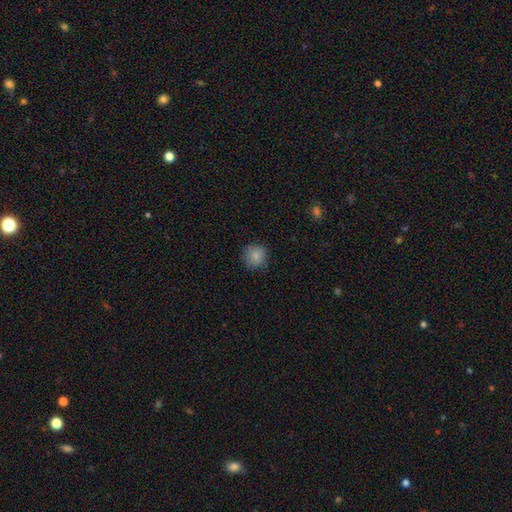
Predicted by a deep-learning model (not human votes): Morphology: type=smooth (85%); roundness=round (91%); merging=none (82%).